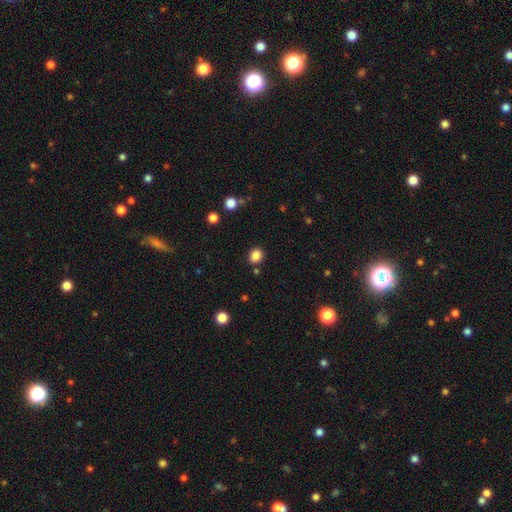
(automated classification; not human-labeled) smooth 85%, star or artifact 11%, featured or disk 4%. Down the decision tree: how rounded — round (62%); merging — none (84%).